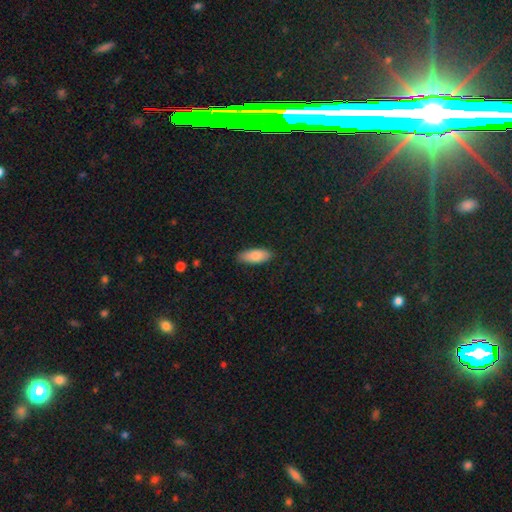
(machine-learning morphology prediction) Smooth or featured? Predicted: smooth (p=0.82). How rounded? Predicted: in between (p=0.79). Merging? Predicted: none (p=0.87).